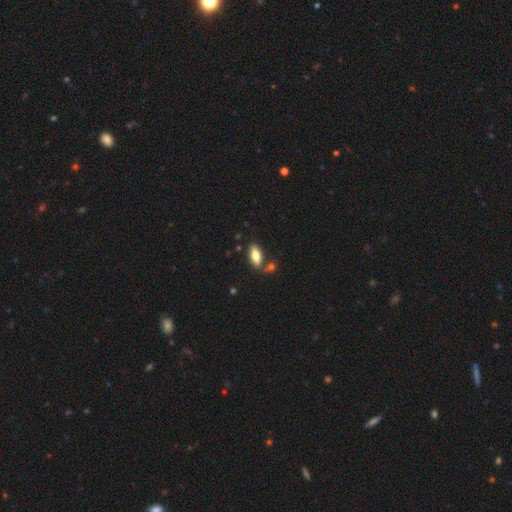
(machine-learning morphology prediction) A smooth galaxy with no disk features (79%) that is in between round and cigar-shaped (82%). Merging: none (74%).